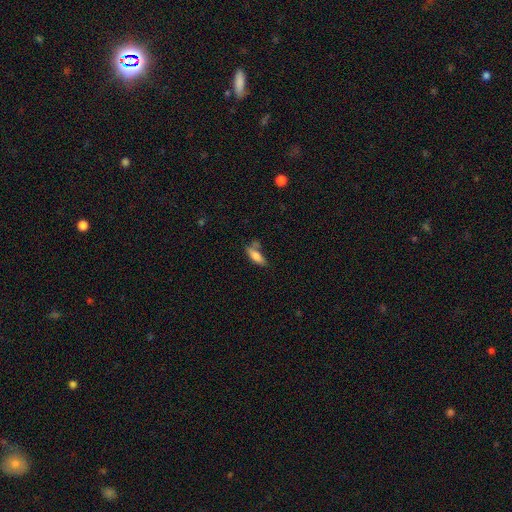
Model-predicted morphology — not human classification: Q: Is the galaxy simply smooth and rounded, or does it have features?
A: smooth — 76%.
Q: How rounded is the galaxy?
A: in between — 62%.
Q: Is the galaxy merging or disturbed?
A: none — 51%.